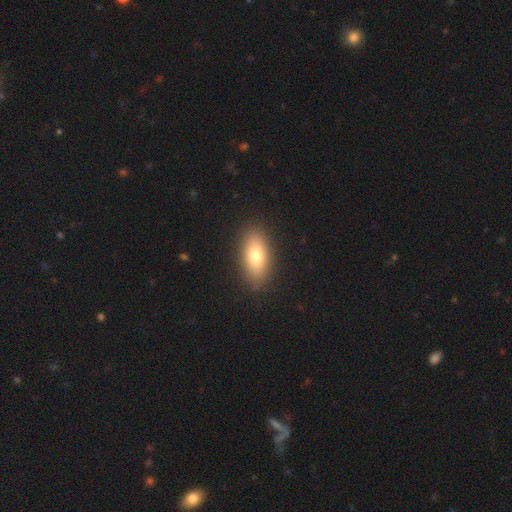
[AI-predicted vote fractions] Smooth or featured? Predicted: smooth (p=0.77). How rounded? Predicted: in between (p=0.86). Merging? Predicted: none (p=0.88).